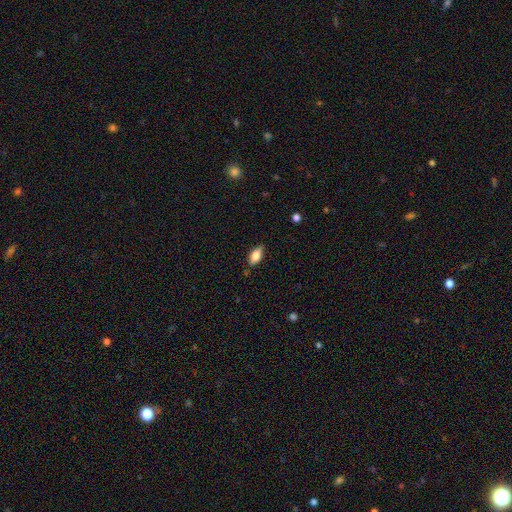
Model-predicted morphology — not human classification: Smooth or featured? smooth (80%)
How rounded? in between (88%)
Merging? none (79%)